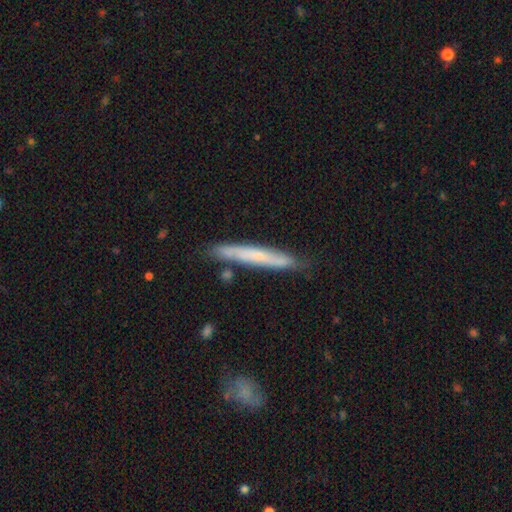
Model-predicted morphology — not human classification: Q: Smooth or featured?
A: smooth (51%); runner-up: featured or disk (43%)
Q: How rounded?
A: cigar-shaped (95%); runner-up: in between (3%)
Q: Merging?
A: none (80%); runner-up: minor disturbance (14%)